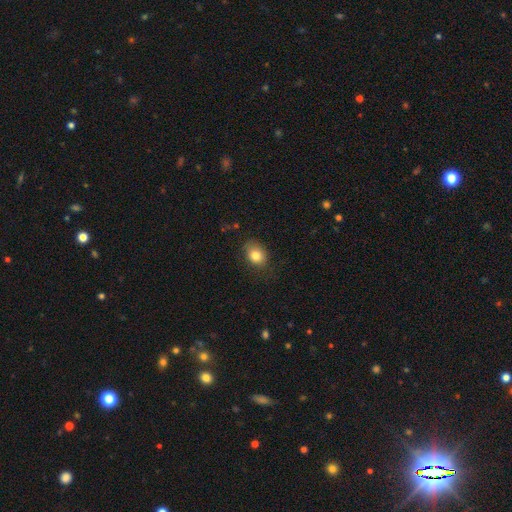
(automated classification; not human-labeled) This is clearly a smooth galaxy (82%). How rounded: possibly in between (56%). Merging: likely none (75%).